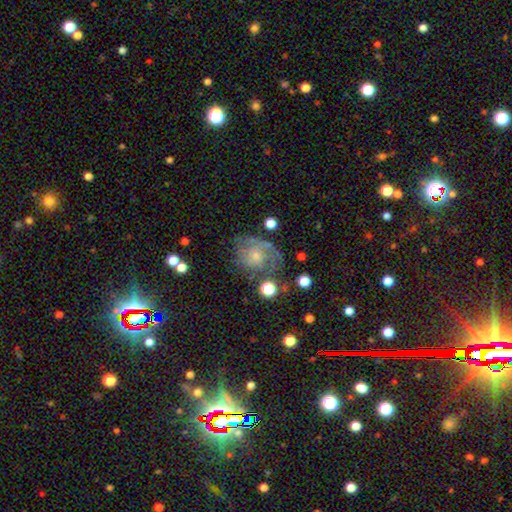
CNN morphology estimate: type=featured or disk (63%); edge-on=no (97%); bar=no (75%); spiral arms=yes (87%); winding=tight (49%); arm count=can't tell (36%); bulge=small (63%); merging=none (57%).